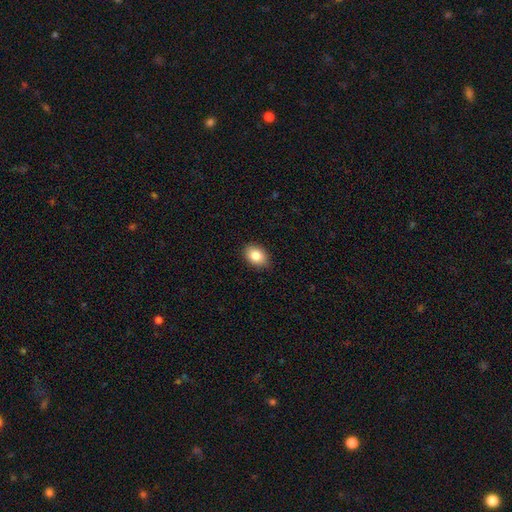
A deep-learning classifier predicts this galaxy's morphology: This appears to be a smooth galaxy with no disk features (84%) that is in between round and cigar-shaped (75%). Merging: none (88%).